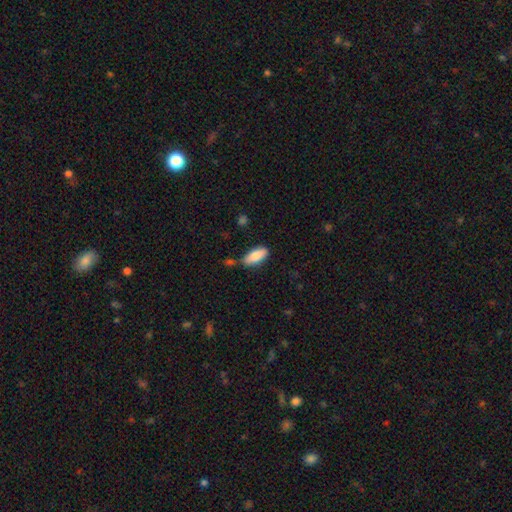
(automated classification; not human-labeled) Q: Smooth or featured?
A: smooth (84%); runner-up: featured or disk (10%)
Q: How rounded?
A: in between (78%); runner-up: cigar-shaped (20%)
Q: Merging?
A: none (70%); runner-up: minor disturbance (19%)